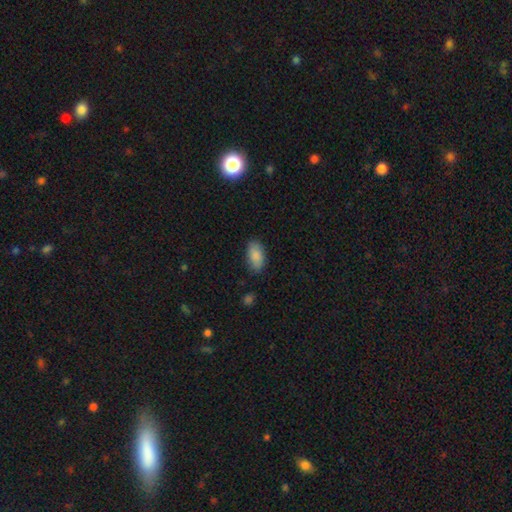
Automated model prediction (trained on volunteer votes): This appears to be a smooth galaxy with no disk features (87%) that is in between round and cigar-shaped (93%). Merging: none (83%).